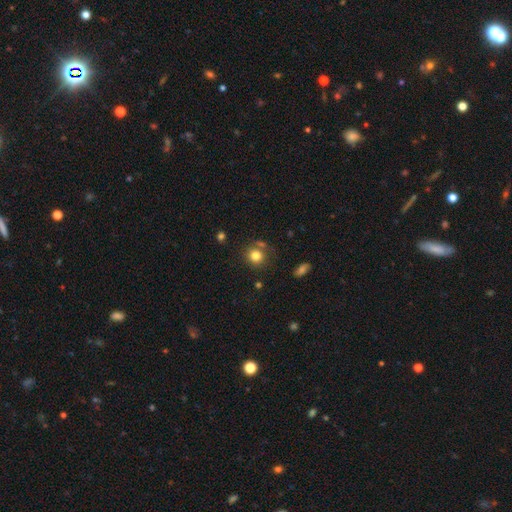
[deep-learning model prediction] Smooth or featured?
  - smooth: 80% *
  - star or artifact: 12%
  - featured or disk: 8%
How rounded?
  - round: 86% *
  - in between: 14%
  - cigar-shaped: 1%
Merging?
  - none: 73% *
  - minor disturbance: 12%
  - merger: 10%
  - major disturbance: 5%